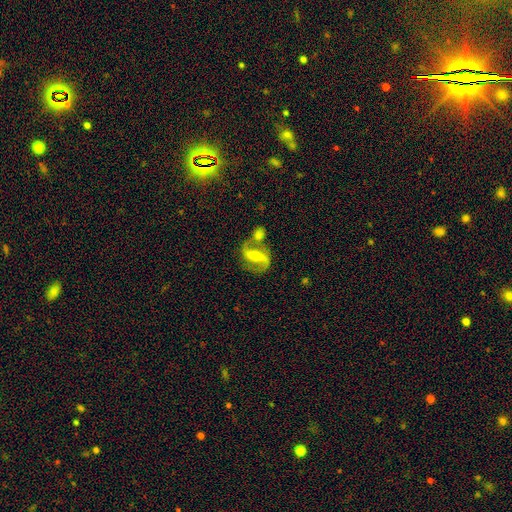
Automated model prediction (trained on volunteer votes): smooth_or_featured: featured or disk (p=0.84) [alt: smooth p=0.10]
disk_edge_on: no (p=0.95) [alt: yes p=0.05]
bar: strong (p=0.59) [alt: weak p=0.25]
has_spiral_arms: yes (p=0.94) [alt: no p=0.06]
spiral_winding: medium (p=0.44) [alt: loose p=0.42]
spiral_arm_count: 2 (p=0.92) [alt: 1 p=0.03]
bulge_size: small (p=0.51) [alt: moderate p=0.44]
merging: none (p=0.59) [alt: merger p=0.21]